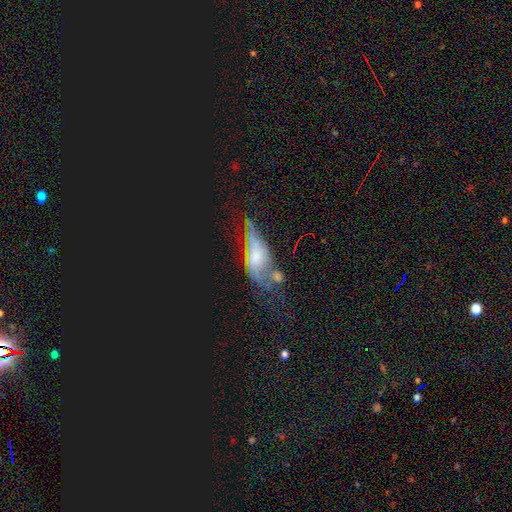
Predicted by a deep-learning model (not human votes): This is possibly a featured or disk galaxy (54%). It is possibly not viewed edge-on (54%). Merging: marginally major disturbance (33%).